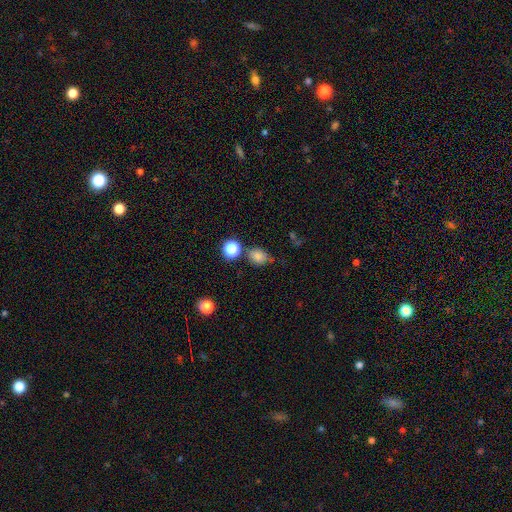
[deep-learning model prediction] smooth 80%, star or artifact 15%, featured or disk 6%. Down the decision tree: how rounded — round (59%); merging — none (66%).